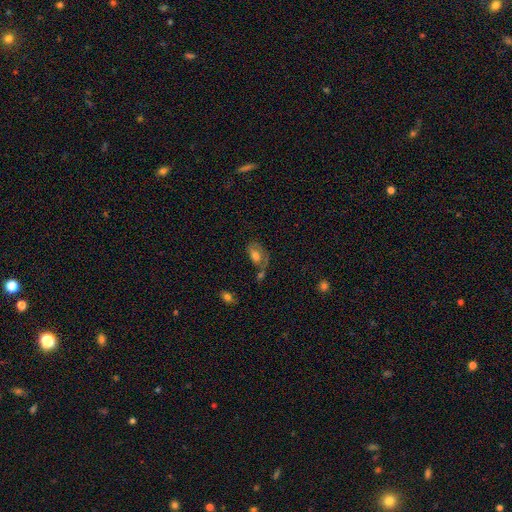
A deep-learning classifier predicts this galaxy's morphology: smooth-or-featured: smooth: 59% | featured or disk: 32% | star or artifact: 9%
  how-rounded: in between: 87% | round: 10% | cigar-shaped: 3%
  merging: none: 33% | merger: 27% | minor disturbance: 20% | major disturbance: 20%